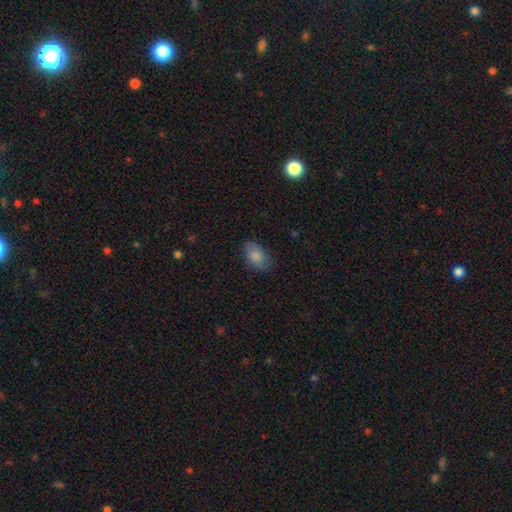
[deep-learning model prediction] A smooth galaxy with no disk features (84%) that is in between round and cigar-shaped (90%).

Vote fractions:
- Smooth or featured? smooth: 84% / featured or disk: 9% / star or artifact: 7%
- How rounded? in between: 90% / round: 8% / cigar-shaped: 1%
- Merging? none: 73% / minor disturbance: 21% / major disturbance: 5% / merger: 1%